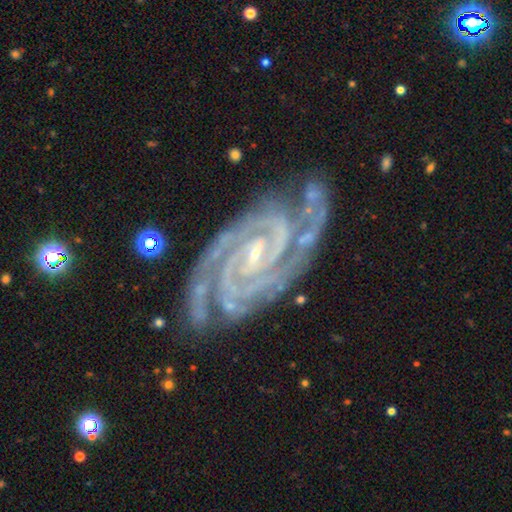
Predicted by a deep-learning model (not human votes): Overall: featured or disk (93%). Edge-on disk: no (97%). Bar: weak (38%; strong 33%). Spiral arms: yes (99%). Spiral arm count: 2 (53%; 3 20%). Spiral winding: tight (78%). Bulge size: small (81%). Merging: none (77%).